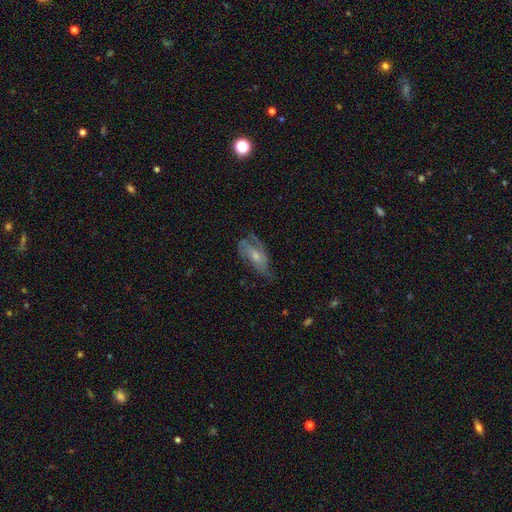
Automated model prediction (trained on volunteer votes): A featured or disk galaxy (59%) with no bar (64%), spiral arms (72%) and a small central bulge (48%). Merging: none (47%).